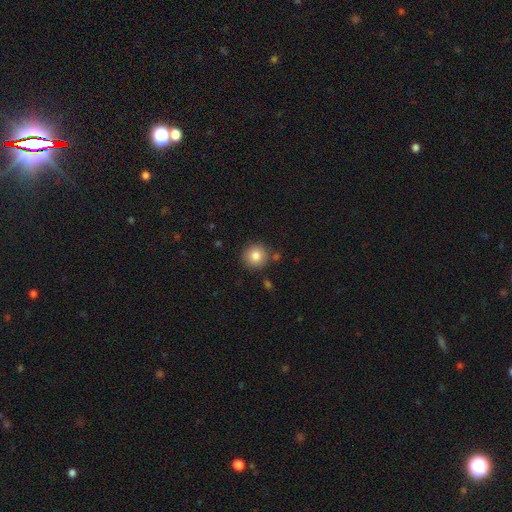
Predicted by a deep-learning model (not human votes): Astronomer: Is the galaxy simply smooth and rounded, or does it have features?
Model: smooth — 84%.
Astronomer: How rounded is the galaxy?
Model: round — 93%.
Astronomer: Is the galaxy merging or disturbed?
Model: none — 85%.